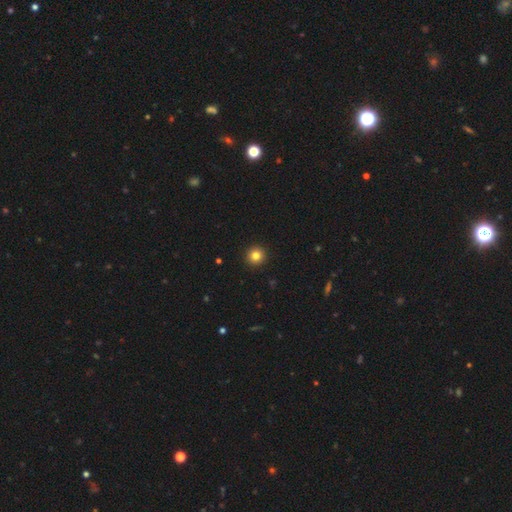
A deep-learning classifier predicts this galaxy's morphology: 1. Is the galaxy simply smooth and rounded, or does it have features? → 83% smooth, 12% star or artifact, 5% featured or disk.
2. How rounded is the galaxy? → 95% round, 4% in between, 1% cigar-shaped.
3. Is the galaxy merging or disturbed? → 94% none, 4% minor disturbance, 1% major disturbance, 1% merger.